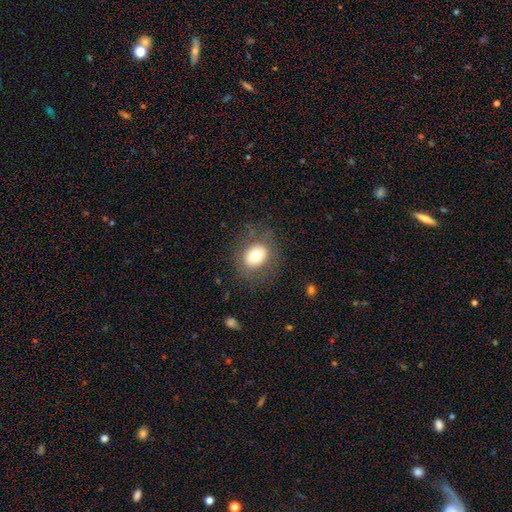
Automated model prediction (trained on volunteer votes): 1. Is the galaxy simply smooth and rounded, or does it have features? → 71% smooth, 19% featured or disk, 10% star or artifact.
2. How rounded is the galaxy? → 57% round, 43% in between, 1% cigar-shaped.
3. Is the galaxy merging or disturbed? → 76% none, 14% minor disturbance, 9% major disturbance, 1% merger.